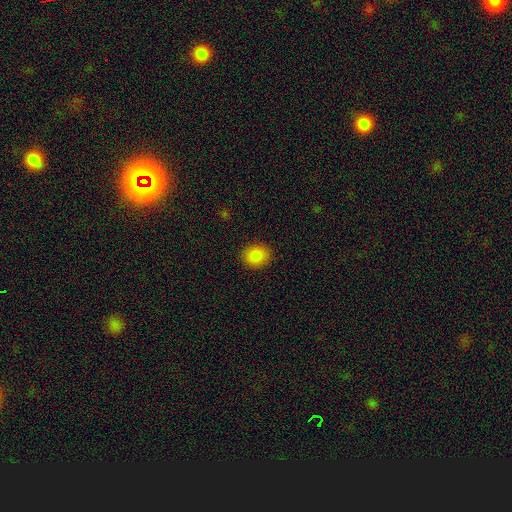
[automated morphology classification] Smooth or featured? smooth (86%)
How rounded? round (60%)
Merging? none (90%)